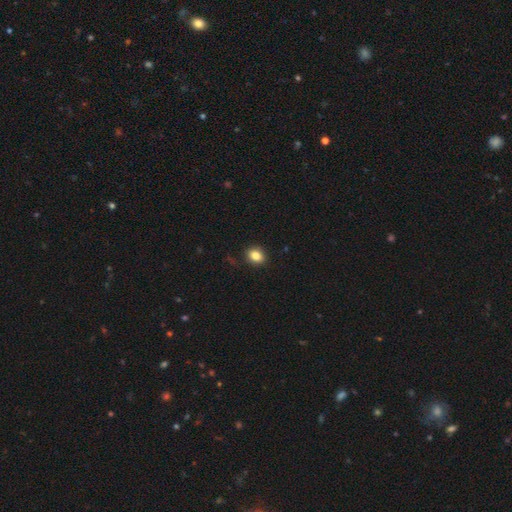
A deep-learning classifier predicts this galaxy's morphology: Q: Smooth or featured?
A: smooth (84%); runner-up: star or artifact (10%)
Q: How rounded?
A: in between (56%); runner-up: round (43%)
Q: Merging?
A: none (87%); runner-up: minor disturbance (10%)